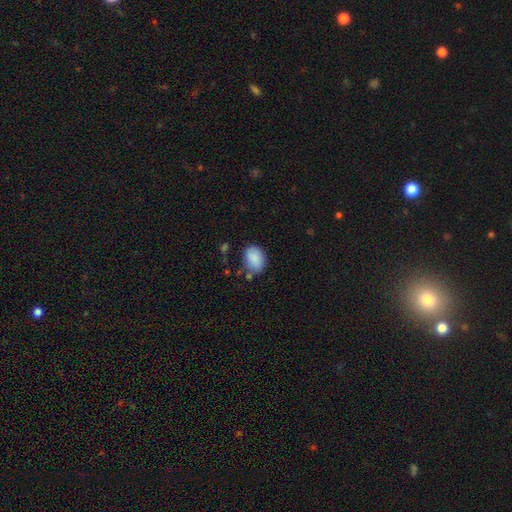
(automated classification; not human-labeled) Q: Smooth or featured?
A: smooth (86%); runner-up: star or artifact (8%)
Q: How rounded?
A: in between (75%); runner-up: round (24%)
Q: Merging?
A: none (69%); runner-up: minor disturbance (22%)